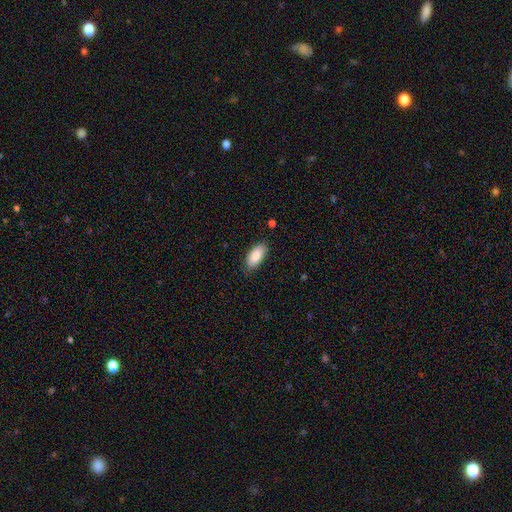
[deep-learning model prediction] Smooth or featured: smooth — 87% (featured or disk — 7%)
How rounded: in between — 90% (cigar-shaped — 9%)
Merging: none — 84% (minor disturbance — 12%)